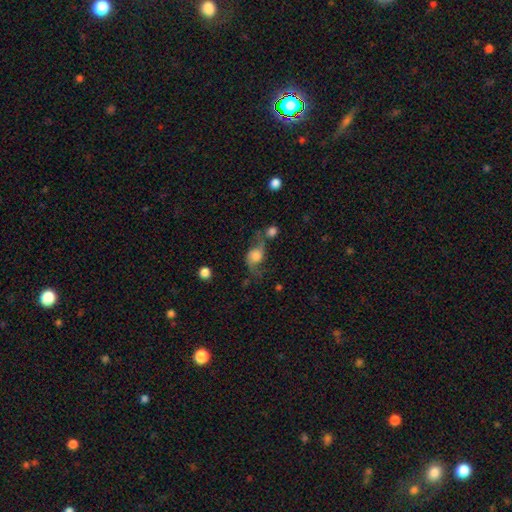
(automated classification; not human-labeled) Smooth or featured: featured or disk — 61% (smooth — 30%)
Edge-on disk: no — 94% (yes — 6%)
Bar: no — 68% (weak — 27%)
Spiral arms: yes — 90% (no — 10%)
Spiral winding: loose — 81% (medium — 15%)
Spiral arm count: 2 — 90% (1 — 5%)
Bulge size: large — 39% (moderate — 26%)
Merging: none — 44% (minor disturbance — 21%)